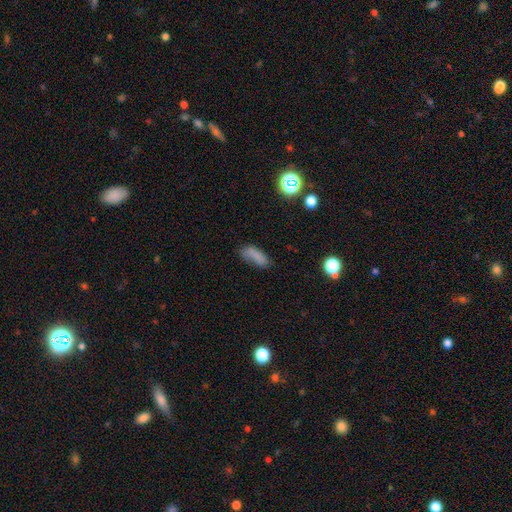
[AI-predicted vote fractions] Q: Smooth or featured?
A: smooth (75%); runner-up: star or artifact (13%)
Q: How rounded?
A: in between (75%); runner-up: cigar-shaped (21%)
Q: Merging?
A: none (54%); runner-up: minor disturbance (27%)